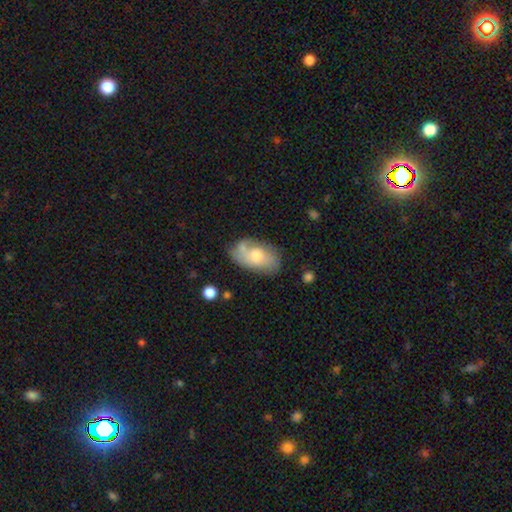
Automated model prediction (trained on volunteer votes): Morphology: type=smooth (57%); roundness=in between (92%); merging=none (58%).